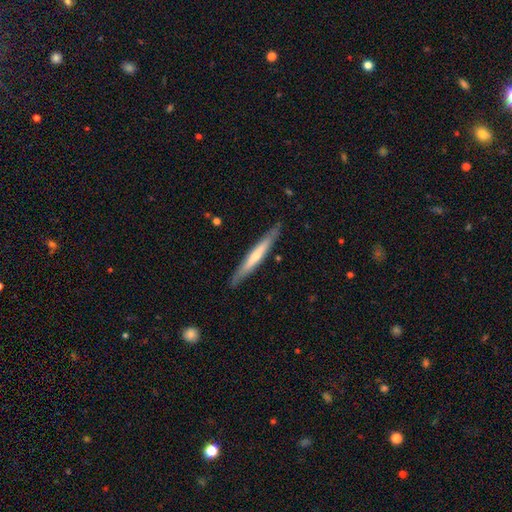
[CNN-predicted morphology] Smooth or featured?
  - featured or disk: 53% *
  - smooth: 42%
  - star or artifact: 5%
Edge-on disk?
  - yes: 93% *
  - no: 7%
Merging?
  - none: 88% *
  - minor disturbance: 9%
  - major disturbance: 2%
  - merger: 1%